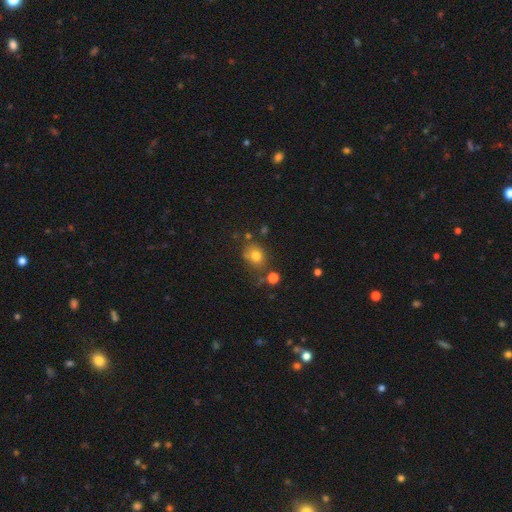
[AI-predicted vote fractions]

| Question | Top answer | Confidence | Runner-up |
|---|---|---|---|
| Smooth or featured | smooth | 76% | star or artifact (13%) |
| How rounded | round | 54% | in between (45%) |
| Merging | none | 63% | minor disturbance (20%) |